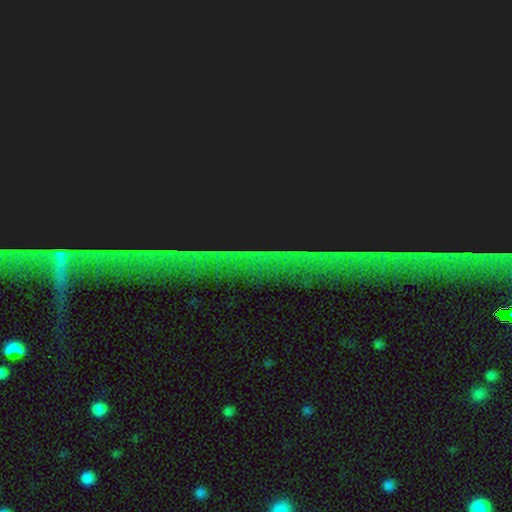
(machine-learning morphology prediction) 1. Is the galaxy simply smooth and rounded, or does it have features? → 85% star or artifact, 9% featured or disk, 7% smooth.